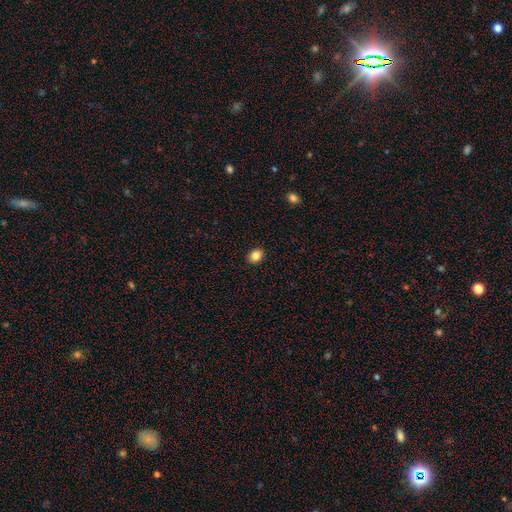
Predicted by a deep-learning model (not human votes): A smooth galaxy with no disk features (85%) that is in between round and cigar-shaped (50%).

Vote fractions:
- Smooth or featured? smooth: 85% / star or artifact: 10% / featured or disk: 5%
- How rounded? in between: 50% / round: 49% / cigar-shaped: 1%
- Merging? none: 91% / minor disturbance: 7% / major disturbance: 2% / merger: 1%